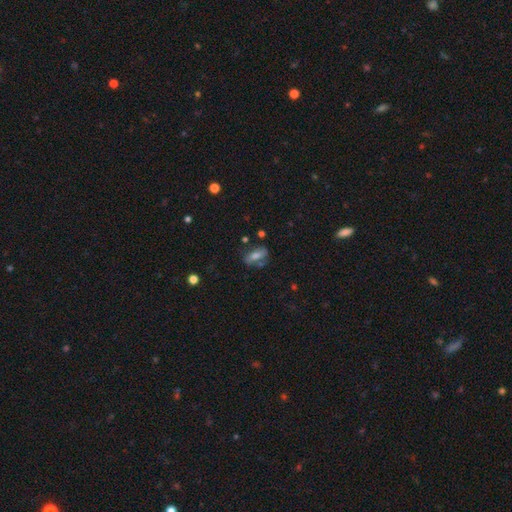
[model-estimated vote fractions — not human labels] A smooth galaxy with no disk features (56%) that is in between round and cigar-shaped (80%). Merging: none (58%).